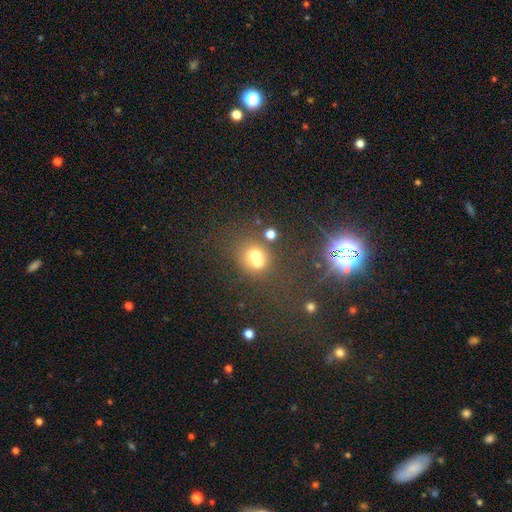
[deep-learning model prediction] This is likely a smooth galaxy (62%). How rounded: likely round (76%). Merging: possibly merger (52%).